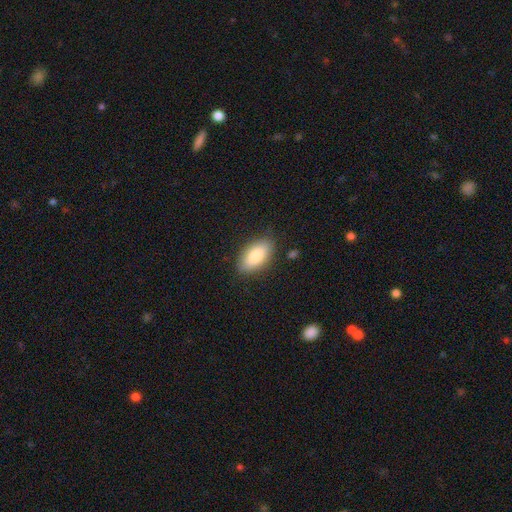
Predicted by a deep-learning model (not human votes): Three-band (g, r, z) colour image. It shows a smooth galaxy with no disk features (83%) that is in between round and cigar-shaped (91%). Merging: none (84%).